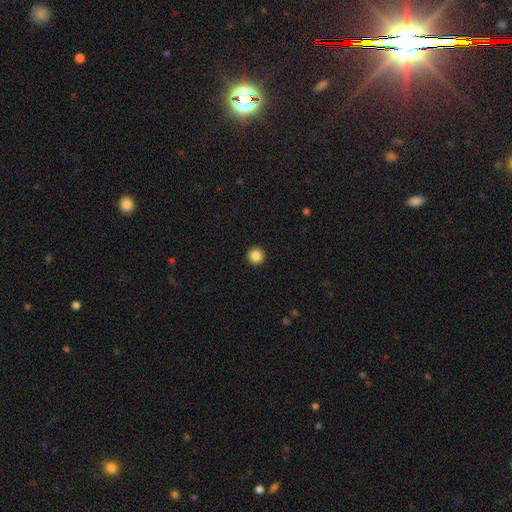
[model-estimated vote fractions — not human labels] smooth 86%, star or artifact 10%, featured or disk 4%. Down the decision tree: how rounded — round (96%); merging — none (94%).